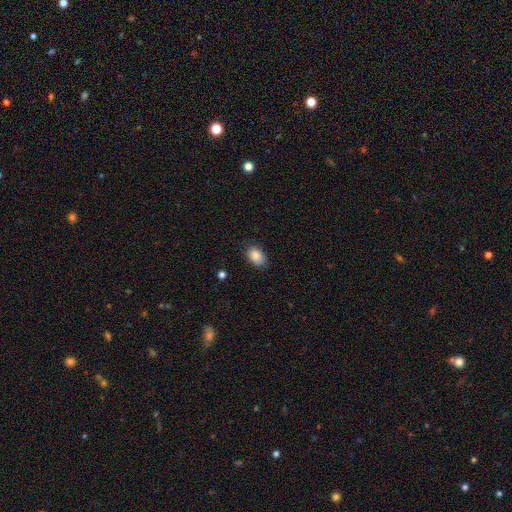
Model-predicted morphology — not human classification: smooth-or-featured: smooth: 85% | star or artifact: 8% | featured or disk: 7%
  how-rounded: in between: 82% | round: 17% | cigar-shaped: 1%
  merging: none: 81% | minor disturbance: 15% | major disturbance: 3% | merger: 1%